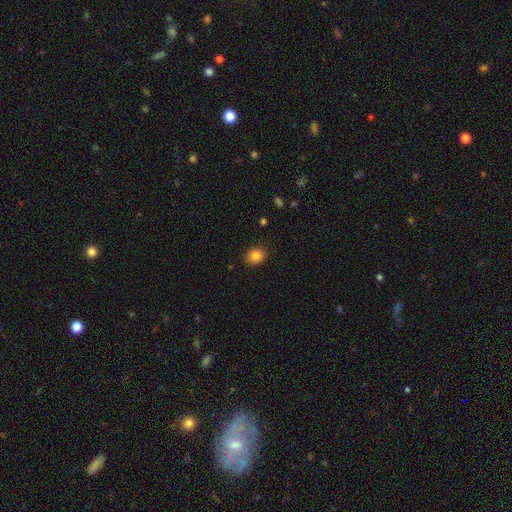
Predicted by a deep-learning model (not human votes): Smooth or featured?
  - smooth: 84% *
  - star or artifact: 10%
  - featured or disk: 6%
How rounded?
  - round: 52% *
  - in between: 47%
  - cigar-shaped: 1%
Merging?
  - none: 89% *
  - minor disturbance: 8%
  - major disturbance: 2%
  - merger: 1%